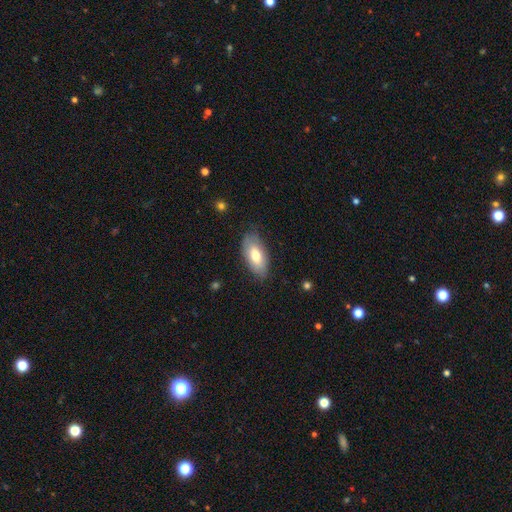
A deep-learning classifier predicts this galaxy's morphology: Smooth or featured?
  - smooth: 73% *
  - featured or disk: 21%
  - star or artifact: 6%
How rounded?
  - in between: 92% *
  - cigar-shaped: 5%
  - round: 3%
Merging?
  - none: 78% *
  - minor disturbance: 18%
  - major disturbance: 4%
  - merger: 1%